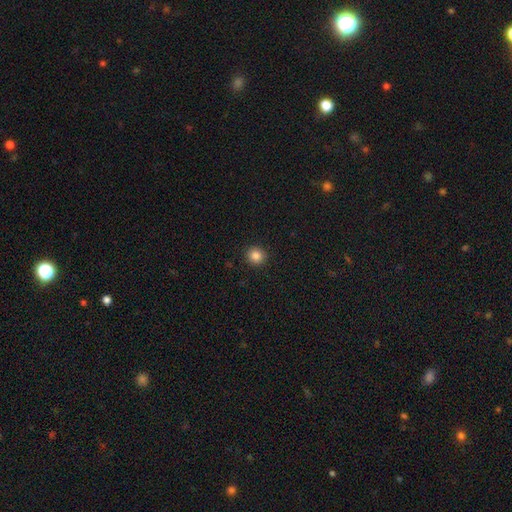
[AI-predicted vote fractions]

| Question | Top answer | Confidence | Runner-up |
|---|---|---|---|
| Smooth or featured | smooth | 85% | star or artifact (11%) |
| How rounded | round | 90% | in between (10%) |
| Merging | none | 92% | minor disturbance (5%) |